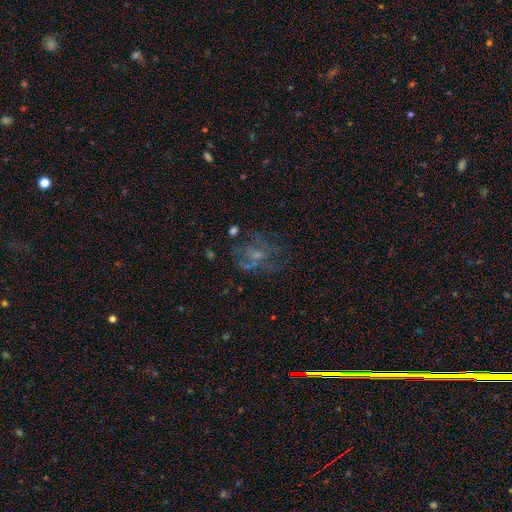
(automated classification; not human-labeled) Smooth or featured: featured or disk — 54% (smooth — 25%)
Edge-on disk: no — 97% (yes — 3%)
Bar: no — 78% (weak — 18%)
Spiral arms: no — 64% (yes — 36%)
Bulge size: small — 52% (moderate — 25%)
Merging: none — 50% (major disturbance — 27%)